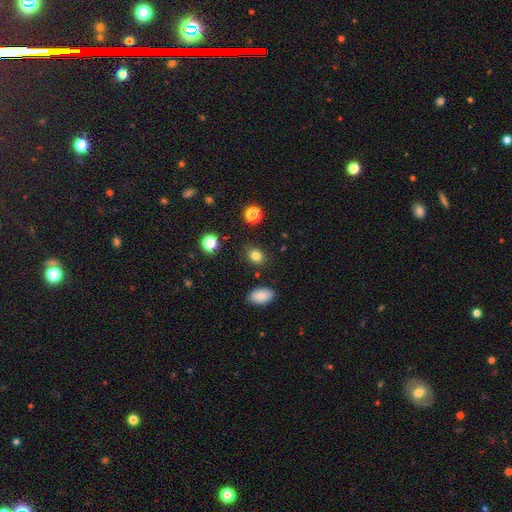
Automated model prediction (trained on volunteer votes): Smooth or featured: smooth — 81% (star or artifact — 12%)
How rounded: in between — 57% (round — 42%)
Merging: none — 84% (minor disturbance — 10%)